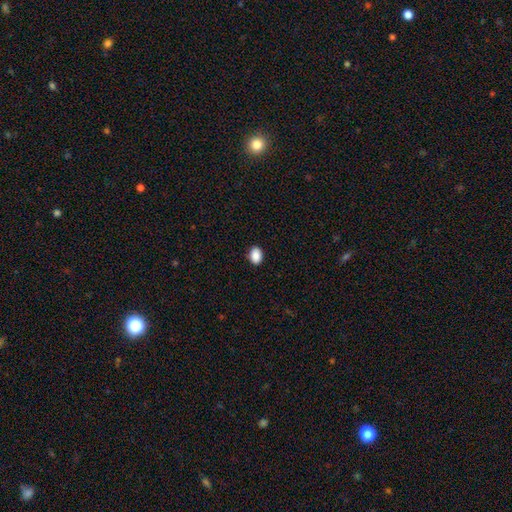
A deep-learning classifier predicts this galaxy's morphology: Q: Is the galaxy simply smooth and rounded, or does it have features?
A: smooth — 89%.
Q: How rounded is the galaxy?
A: in between — 75%.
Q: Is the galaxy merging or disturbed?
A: none — 90%.